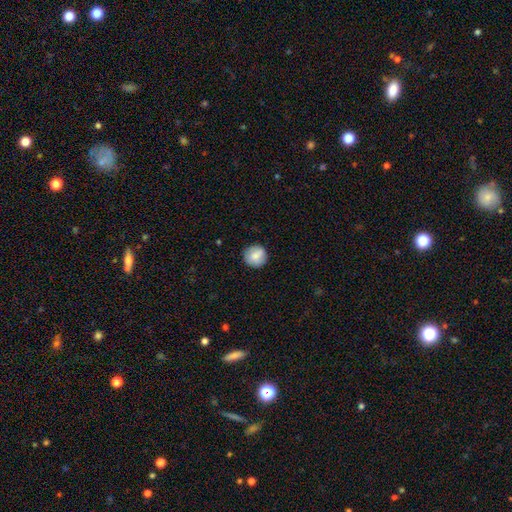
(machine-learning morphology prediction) Smooth or featured: smooth — 77% (featured or disk — 15%)
How rounded: round — 91% (in between — 8%)
Merging: none — 86% (minor disturbance — 11%)